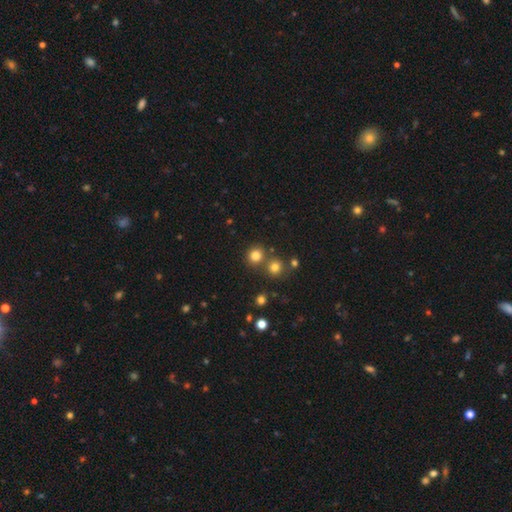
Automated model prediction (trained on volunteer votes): smooth 79%, star or artifact 15%, featured or disk 6%. Down the decision tree: how rounded — round (89%); merging — none (73%).